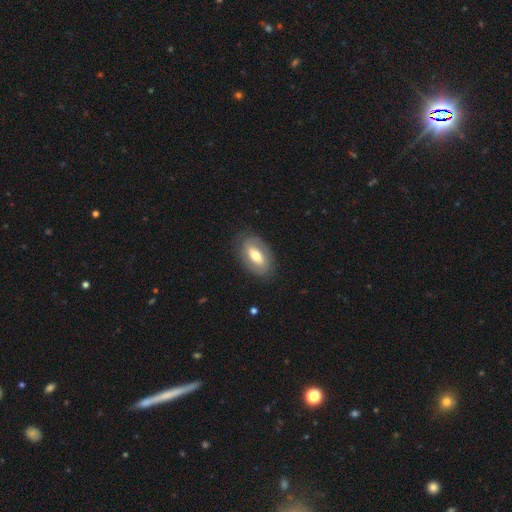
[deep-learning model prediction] This is possibly a smooth galaxy (48%). Merging: clearly none (82%).